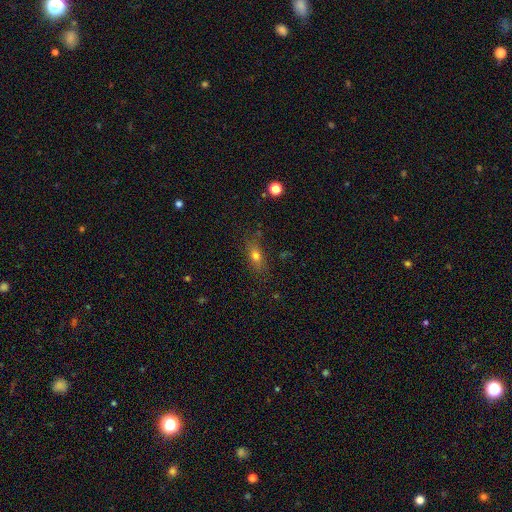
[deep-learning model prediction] This is likely a smooth galaxy (67%). How rounded: likely in between (66%). Merging: likely none (77%).